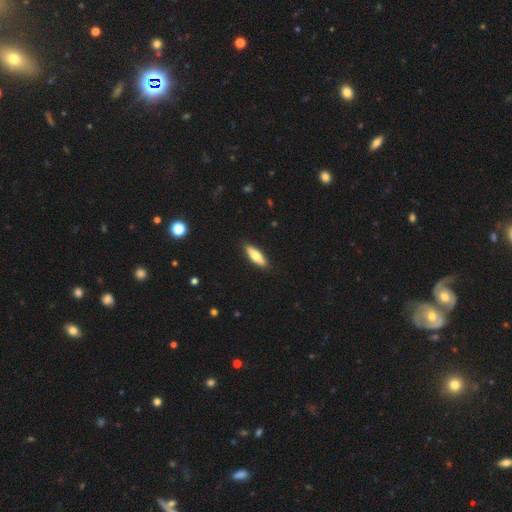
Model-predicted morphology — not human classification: Smooth or featured: smooth — 66% (featured or disk — 28%)
How rounded: cigar-shaped — 54% (in between — 44%)
Merging: none — 89% (minor disturbance — 8%)